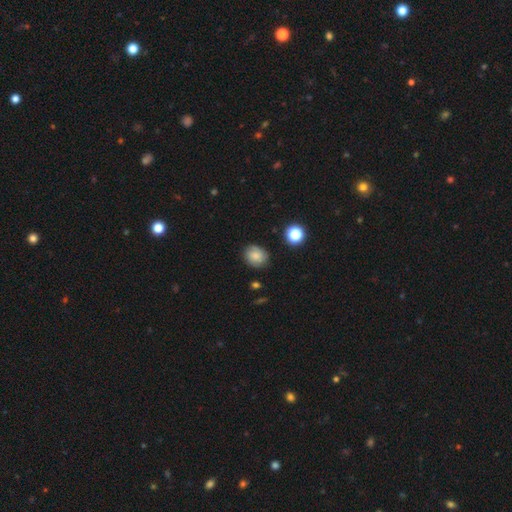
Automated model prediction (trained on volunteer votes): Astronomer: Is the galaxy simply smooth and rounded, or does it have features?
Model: smooth — 77%.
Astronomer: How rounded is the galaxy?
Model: round — 63%.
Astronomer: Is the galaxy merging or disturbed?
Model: none — 79%.